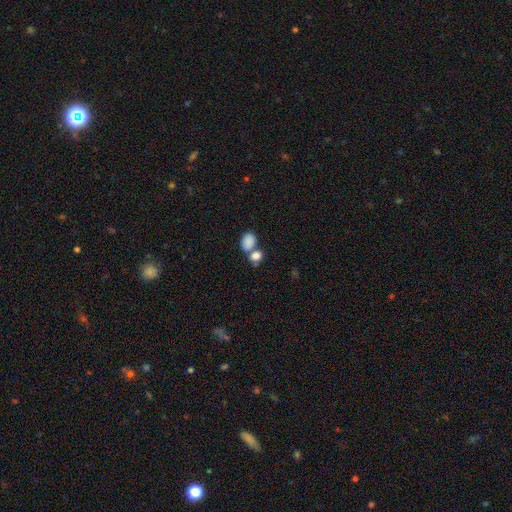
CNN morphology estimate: A smooth galaxy with no disk features (84%) that is in between round and cigar-shaped (67%). Merging: merger (47%).